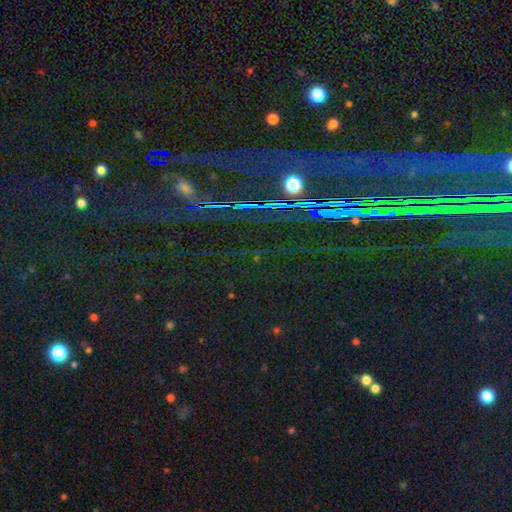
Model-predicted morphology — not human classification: This is clearly a star or artifact rather than a galaxy (83%).